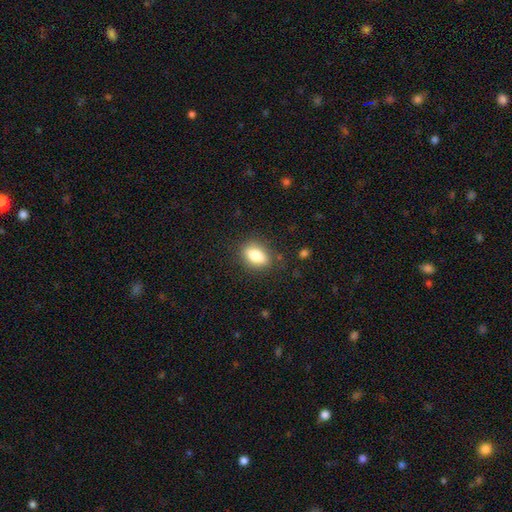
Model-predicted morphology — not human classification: A smooth galaxy with no disk features (80%) that is in between round and cigar-shaped (82%).

Vote fractions:
- Smooth or featured? smooth: 80% / featured or disk: 12% / star or artifact: 8%
- How rounded? in between: 82% / round: 12% / cigar-shaped: 6%
- Merging? none: 83% / minor disturbance: 12% / major disturbance: 4% / merger: 1%